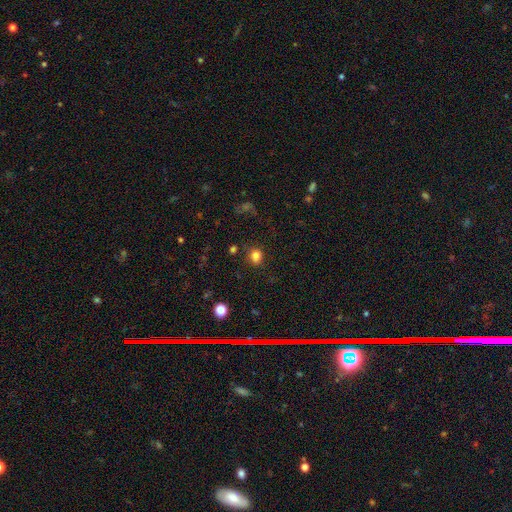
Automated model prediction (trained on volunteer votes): Overall: smooth (82%). How rounded: round (70%). Merging: none (80%).